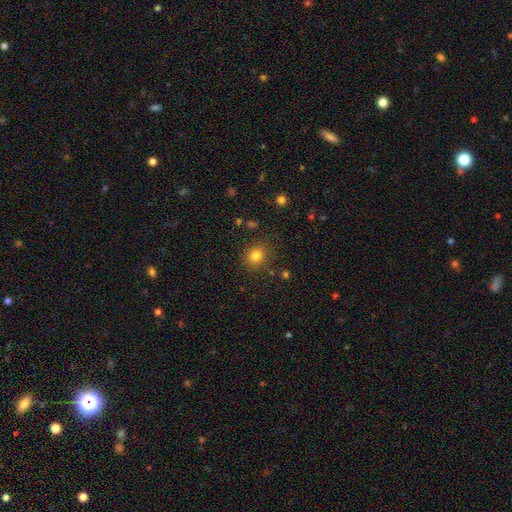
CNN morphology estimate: type=smooth (81%); roundness=round (80%); merging=none (85%).